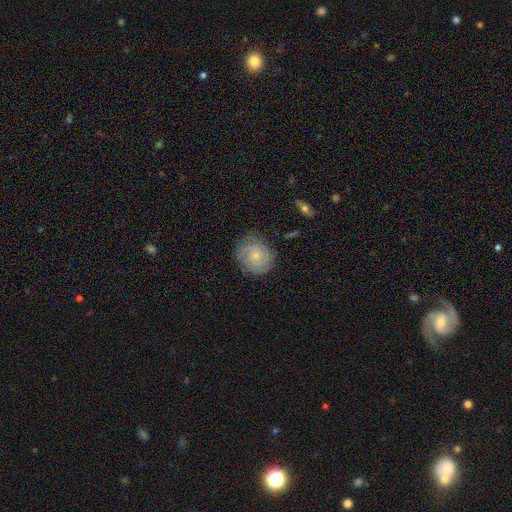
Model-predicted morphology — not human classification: type=featured or disk (73%); edge-on=no (98%); bar=no (74%); spiral arms=yes (95%); winding=tight (72%); arm count=2 (46%); bulge=small (76%); merging=none (79%).